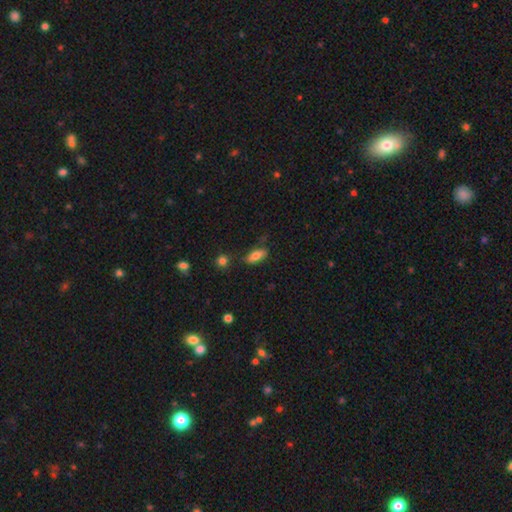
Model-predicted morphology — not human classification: A smooth galaxy with no disk features (78%) that is in between round and cigar-shaped (81%). Merging: none (74%).